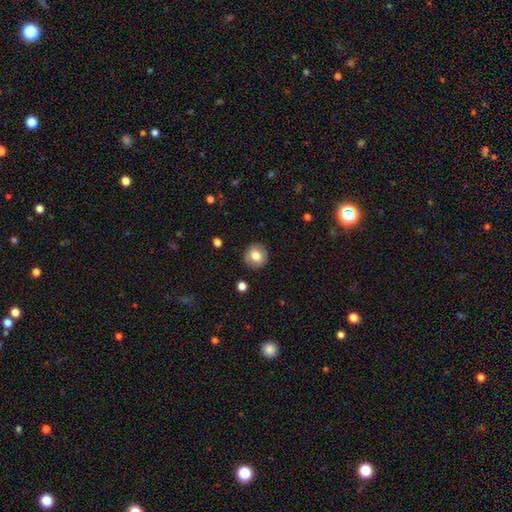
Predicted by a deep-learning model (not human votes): Smooth or featured? Predicted: smooth (p=0.79). How rounded? Predicted: round (p=0.89). Merging? Predicted: none (p=0.89).